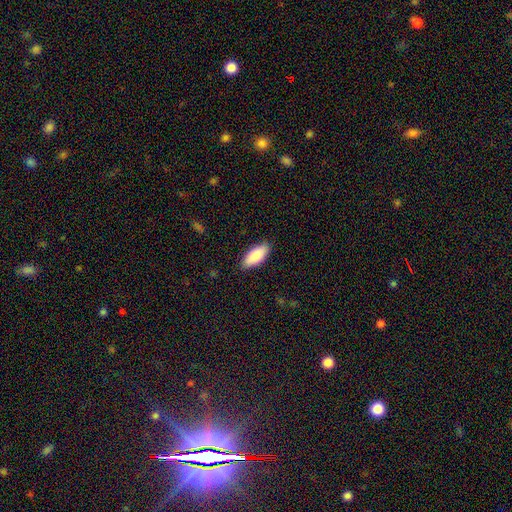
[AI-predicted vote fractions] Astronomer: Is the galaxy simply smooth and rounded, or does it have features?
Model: smooth — 87%.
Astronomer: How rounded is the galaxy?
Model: in between — 85%.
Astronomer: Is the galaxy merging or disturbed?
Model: none — 87%.